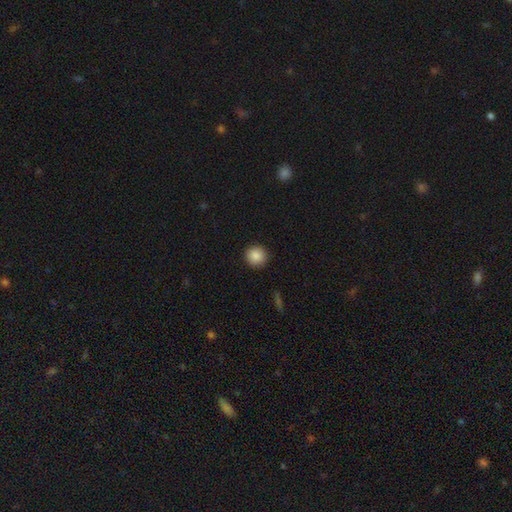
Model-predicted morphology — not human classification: This is clearly a smooth galaxy (88%). How rounded: clearly round (94%). Merging: clearly none (91%).